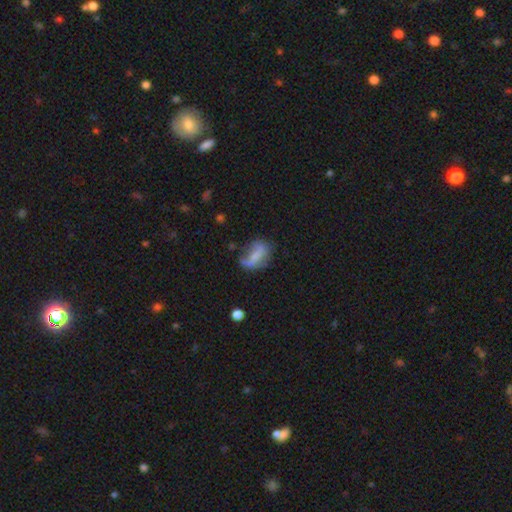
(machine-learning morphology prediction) Q: Smooth or featured?
A: smooth (53%); runner-up: featured or disk (37%)
Q: How rounded?
A: in between (81%); runner-up: round (14%)
Q: Merging?
A: none (36%); runner-up: major disturbance (30%)